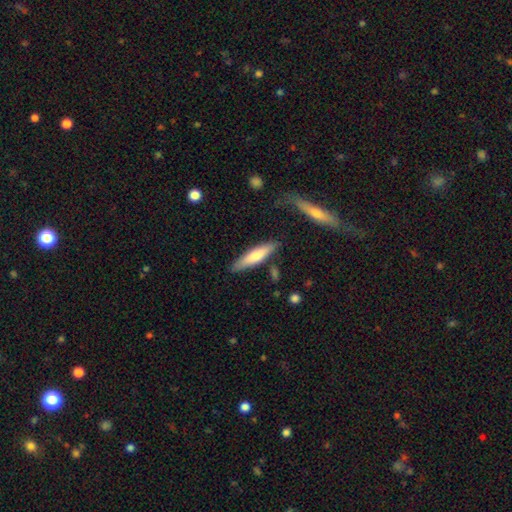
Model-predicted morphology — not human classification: Smooth or featured?
  - smooth: 66% *
  - featured or disk: 29%
  - star or artifact: 5%
How rounded?
  - cigar-shaped: 77% *
  - in between: 21%
  - round: 1%
Merging?
  - none: 80% *
  - minor disturbance: 13%
  - merger: 4%
  - major disturbance: 3%